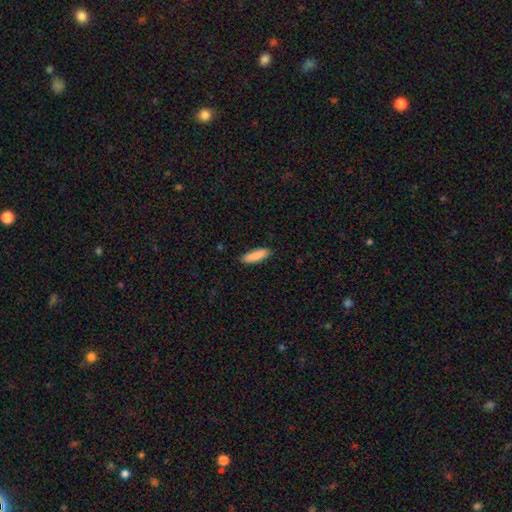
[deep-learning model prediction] smooth_or_featured: smooth (p=0.89) [alt: star or artifact p=0.06]
how_rounded: cigar-shaped (p=0.53) [alt: in between p=0.45]
merging: none (p=0.87) [alt: minor disturbance p=0.11]